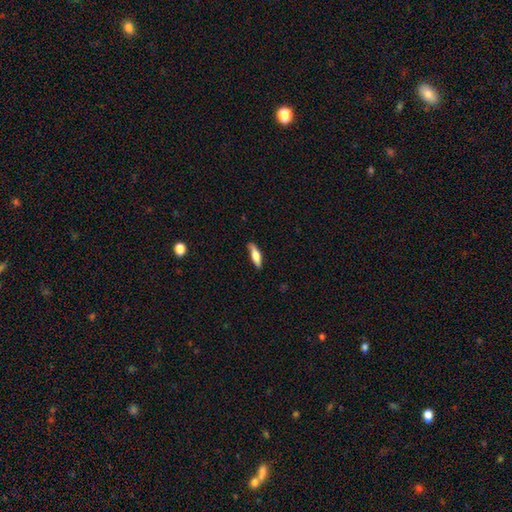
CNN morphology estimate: smooth-or-featured: smooth: 67% | featured or disk: 27% | star or artifact: 6%
  how-rounded: cigar-shaped: 51% | in between: 46% | round: 2%
  merging: none: 73% | minor disturbance: 21% | major disturbance: 4% | merger: 2%